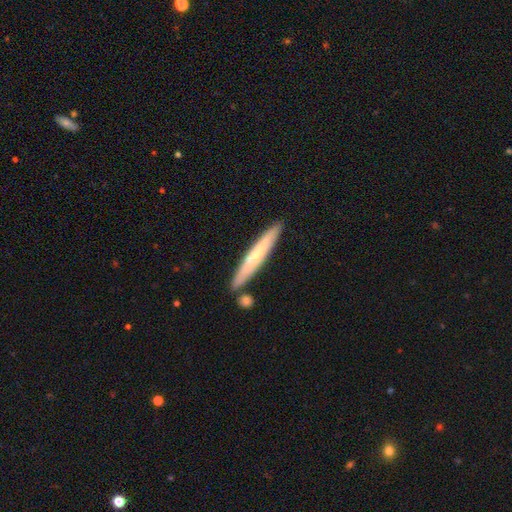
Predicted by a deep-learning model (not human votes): Smooth or featured?
  - smooth: 56% *
  - featured or disk: 39%
  - star or artifact: 5%
How rounded?
  - cigar-shaped: 94% *
  - in between: 5%
  - round: 1%
Merging?
  - none: 82% *
  - minor disturbance: 10%
  - merger: 6%
  - major disturbance: 2%